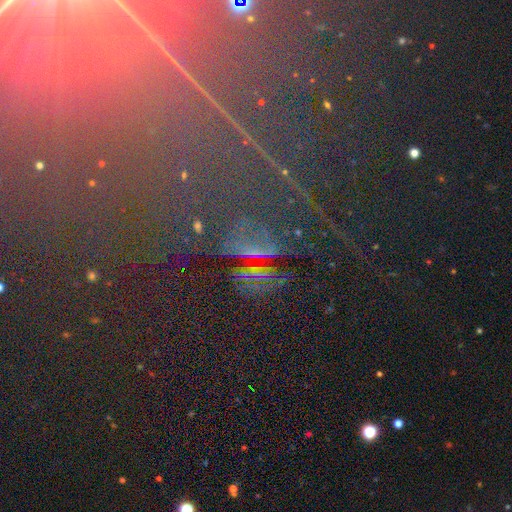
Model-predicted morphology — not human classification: Smooth or featured?
  - star or artifact: 74% *
  - featured or disk: 13%
  - smooth: 12%